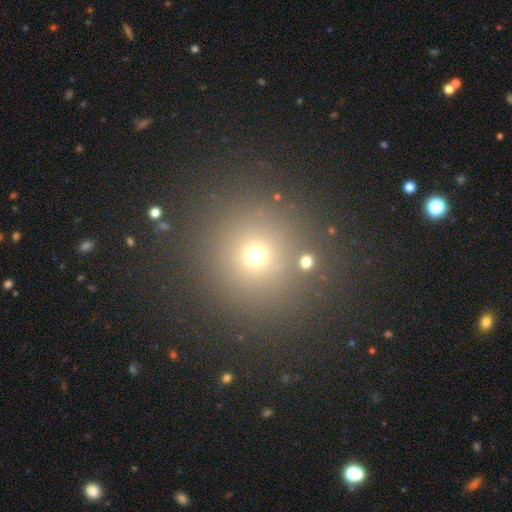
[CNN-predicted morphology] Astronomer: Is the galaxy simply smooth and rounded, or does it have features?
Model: smooth — 65%.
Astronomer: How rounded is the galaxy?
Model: round — 93%.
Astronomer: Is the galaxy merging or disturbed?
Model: none — 84%.